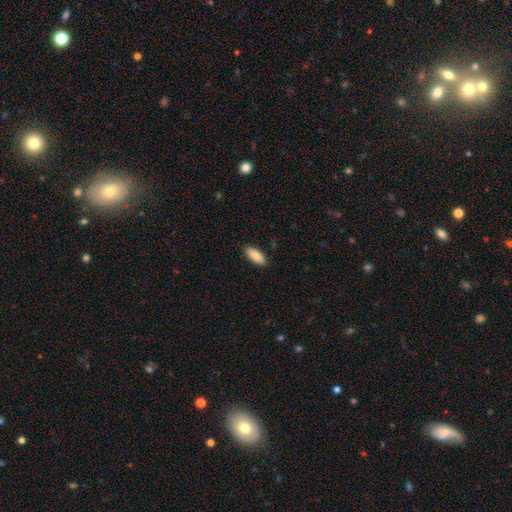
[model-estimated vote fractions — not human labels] Q: Smooth or featured?
A: smooth (86%); runner-up: featured or disk (8%)
Q: How rounded?
A: in between (81%); runner-up: cigar-shaped (18%)
Q: Merging?
A: none (89%); runner-up: minor disturbance (8%)